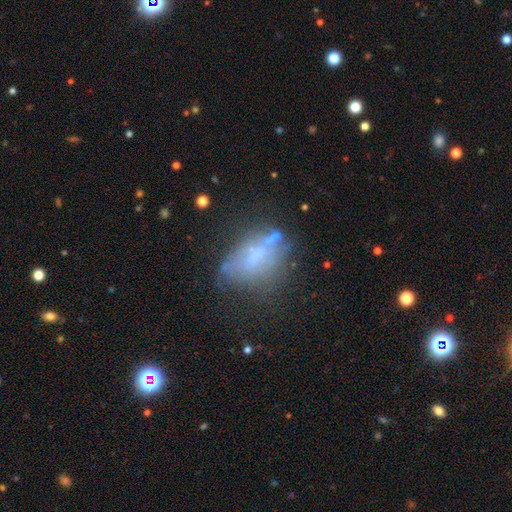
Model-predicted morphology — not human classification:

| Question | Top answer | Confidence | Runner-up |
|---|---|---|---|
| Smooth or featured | featured or disk | 44% | smooth (40%) |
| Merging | none | 42% | minor disturbance (25%) |